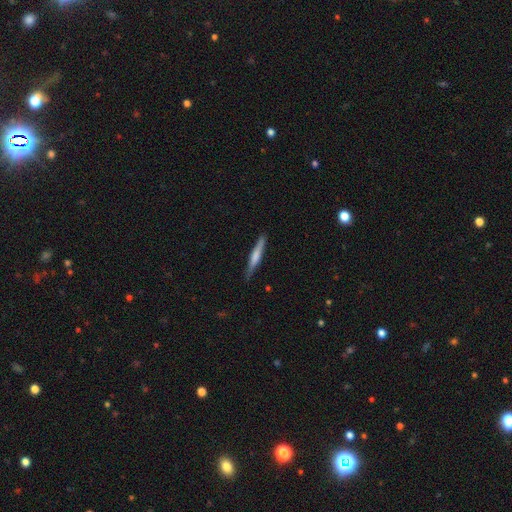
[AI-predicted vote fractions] The model was most divided on "smooth or featured": smooth: 49%, featured or disk: 46%, star or artifact: 5%. More confident: merging — none (86%).